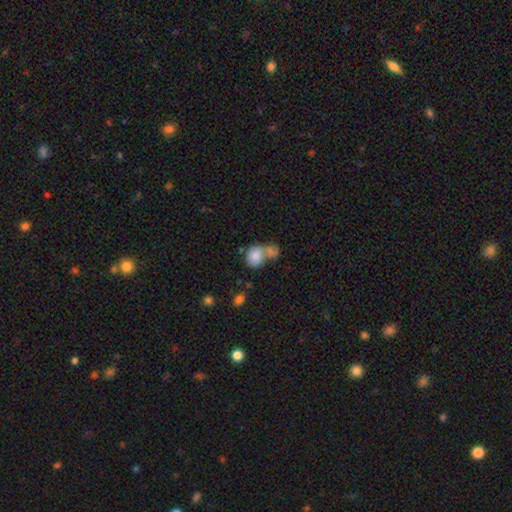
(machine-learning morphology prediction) Smooth or featured?
  - smooth: 83% *
  - featured or disk: 9%
  - star or artifact: 8%
How rounded?
  - round: 55% *
  - in between: 44%
  - cigar-shaped: 1%
Merging?
  - merger: 60% *
  - none: 26%
  - minor disturbance: 9%
  - major disturbance: 5%